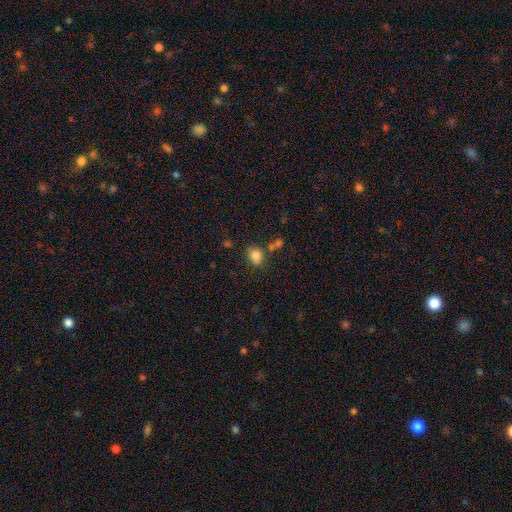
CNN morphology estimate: Smooth or featured? smooth (83%)
How rounded? in between (56%)
Merging? none (69%)